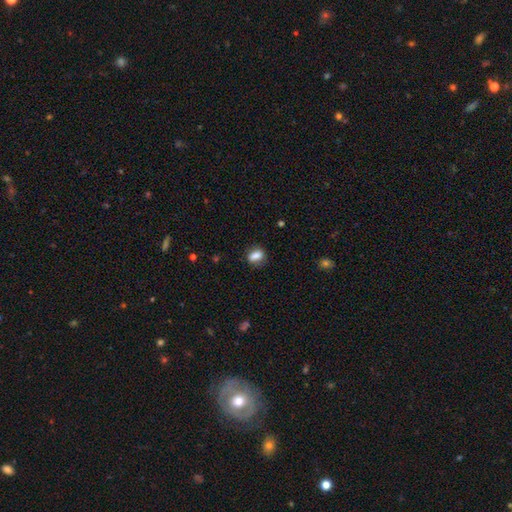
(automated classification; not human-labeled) Smooth or featured: smooth — 81% (featured or disk — 11%)
How rounded: in between — 68% (round — 26%)
Merging: none — 76% (minor disturbance — 16%)